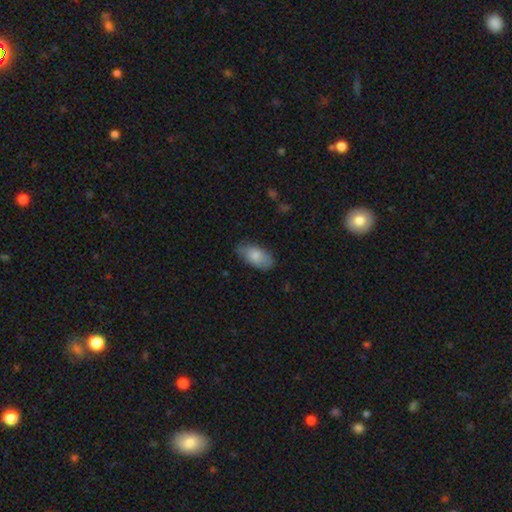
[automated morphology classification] smooth_or_featured: smooth (p=0.81) [alt: featured or disk p=0.13]
how_rounded: in between (p=0.93) [alt: cigar-shaped p=0.04]
merging: none (p=0.71) [alt: minor disturbance p=0.23]